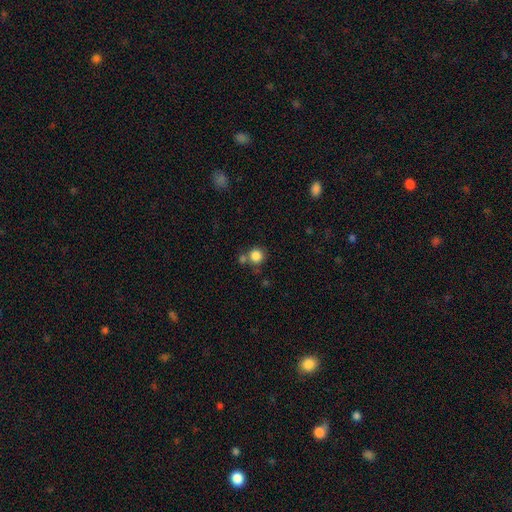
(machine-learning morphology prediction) The model was most divided on "merging": none: 65%, merger: 20%, minor disturbance: 10%, major disturbance: 4%. More confident: how rounded — round (91%); smooth or featured — smooth (84%).